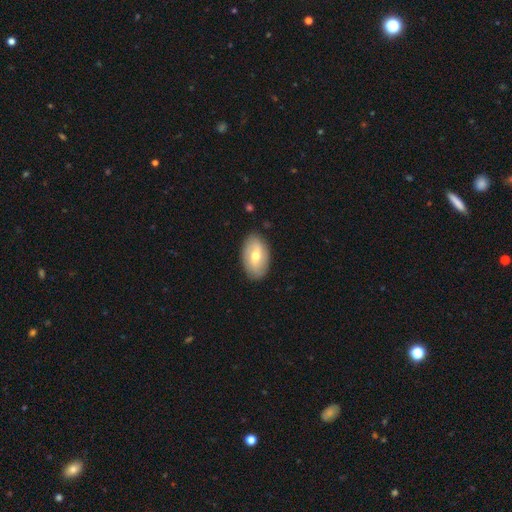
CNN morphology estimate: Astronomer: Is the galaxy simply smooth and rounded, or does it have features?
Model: smooth — 56% (runner-up: featured or disk, 38%).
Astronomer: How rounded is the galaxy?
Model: in between — 91%.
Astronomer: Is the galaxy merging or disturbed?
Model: none — 87%.